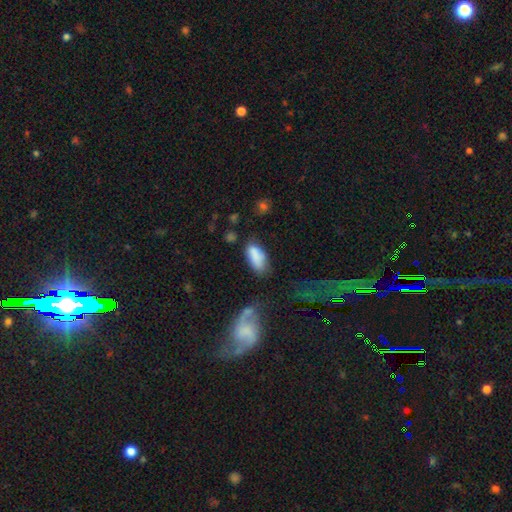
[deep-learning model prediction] Smooth or featured?
  - smooth: 85% *
  - featured or disk: 8%
  - star or artifact: 7%
How rounded?
  - in between: 90% *
  - cigar-shaped: 8%
  - round: 2%
Merging?
  - none: 62% *
  - minor disturbance: 25%
  - major disturbance: 8%
  - merger: 6%